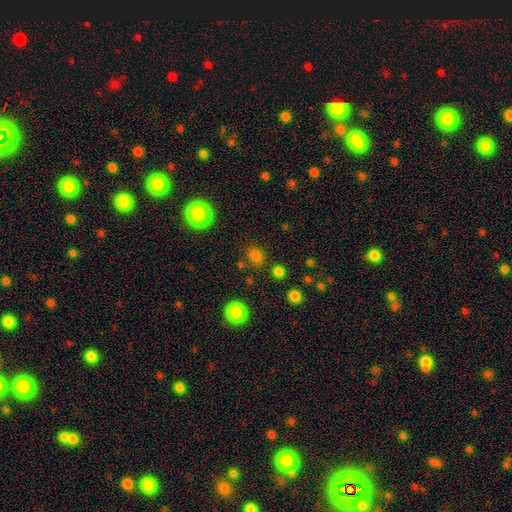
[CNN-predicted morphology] Smooth or featured? Predicted: smooth (p=0.79). How rounded? Predicted: round (p=0.71). Merging? Predicted: none (p=0.82).